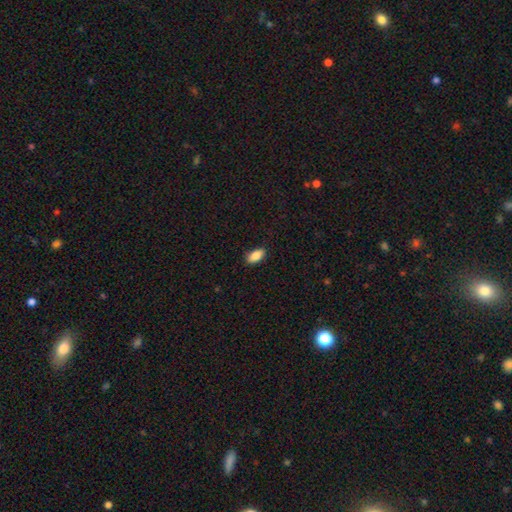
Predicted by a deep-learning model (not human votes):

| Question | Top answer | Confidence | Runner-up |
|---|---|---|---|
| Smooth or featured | smooth | 85% | featured or disk (8%) |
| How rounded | in between | 88% | cigar-shaped (9%) |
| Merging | none | 85% | minor disturbance (12%) |